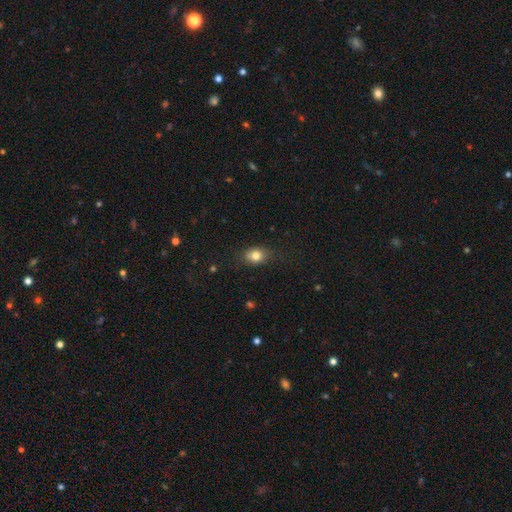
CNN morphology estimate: smooth 80%, star or artifact 11%, featured or disk 10%. Down the decision tree: how rounded — in between (57%); merging — none (71%).